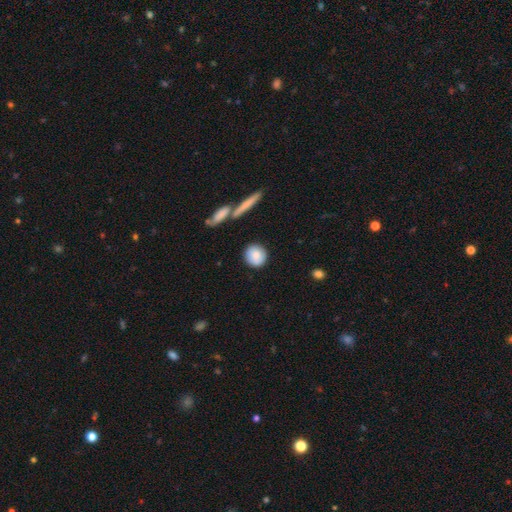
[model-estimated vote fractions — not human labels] The model was most divided on "how rounded": round: 83%, in between: 15%, cigar-shaped: 2%. More confident: merging — none (86%); smooth or featured — smooth (83%).